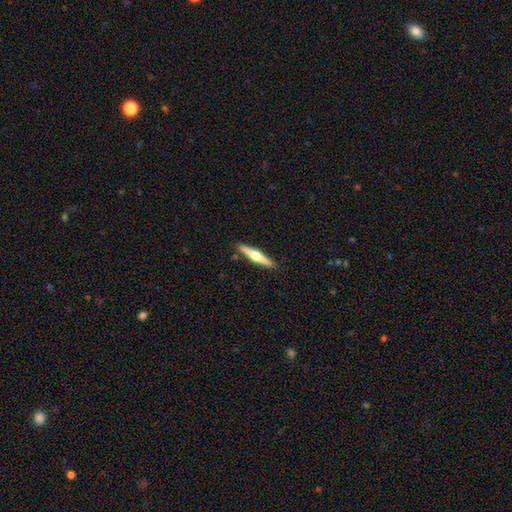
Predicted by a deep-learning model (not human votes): Overall: featured or disk (64%; smooth 31%). Edge-on disk: yes (97%). Edge-on bulge: rounded (94%). Merging: none (90%).